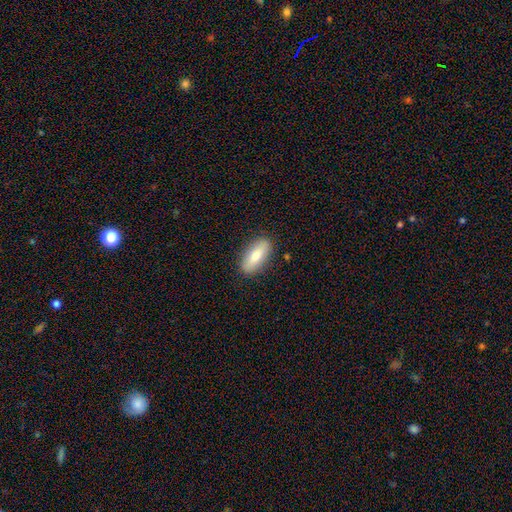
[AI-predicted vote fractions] Smooth or featured?
  - smooth: 77% *
  - featured or disk: 17%
  - star or artifact: 6%
How rounded?
  - in between: 80% *
  - cigar-shaped: 18%
  - round: 3%
Merging?
  - none: 87% *
  - minor disturbance: 10%
  - major disturbance: 2%
  - merger: 1%